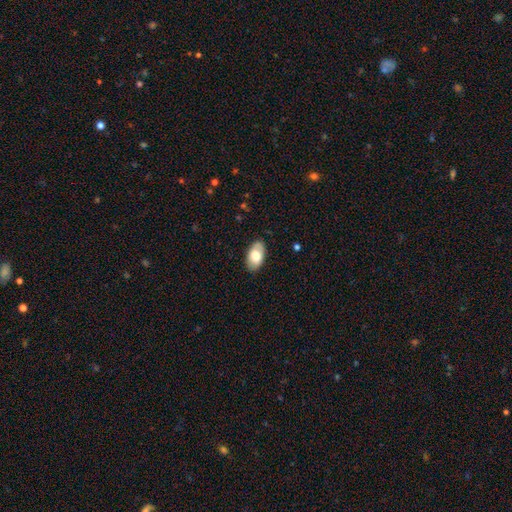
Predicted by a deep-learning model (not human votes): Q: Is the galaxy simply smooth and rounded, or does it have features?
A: smooth — 73%.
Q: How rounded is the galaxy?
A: in between — 94%.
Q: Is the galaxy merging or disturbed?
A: none — 83%.